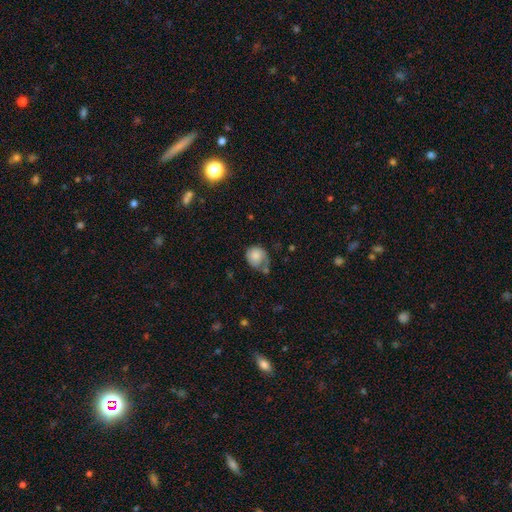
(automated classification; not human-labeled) smooth-or-featured: smooth: 66% | featured or disk: 26% | star or artifact: 8%
  how-rounded: round: 72% | in between: 27% | cigar-shaped: 1%
  merging: none: 38% | minor disturbance: 32% | major disturbance: 21% | merger: 9%